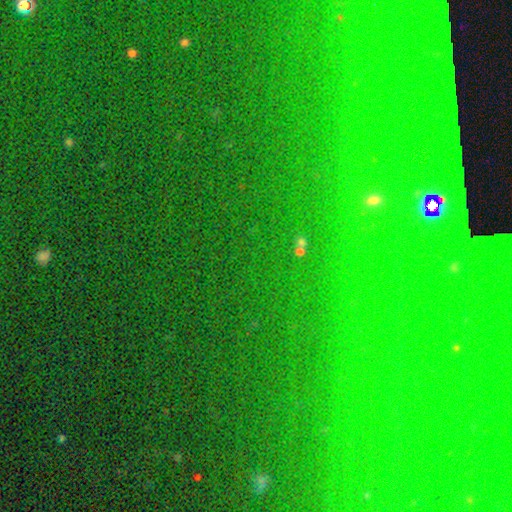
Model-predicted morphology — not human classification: This appears to be a star or artifact, not a galaxy (77%).